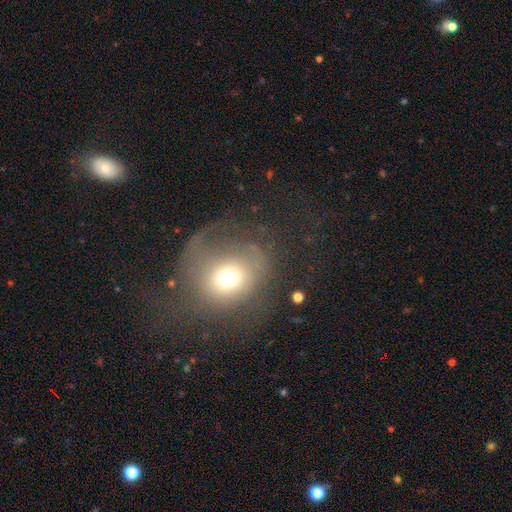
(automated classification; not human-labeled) smooth-or-featured: smooth: 49% | featured or disk: 37% | star or artifact: 14%
  merging: none: 42% | major disturbance: 36% | minor disturbance: 19% | merger: 3%